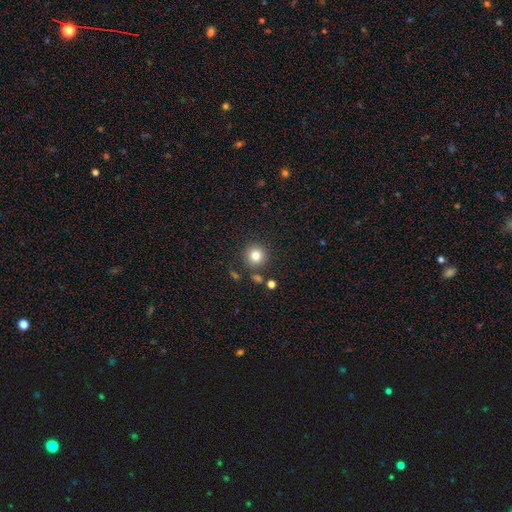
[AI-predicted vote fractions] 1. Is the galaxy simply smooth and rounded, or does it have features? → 80% smooth, 12% star or artifact, 8% featured or disk.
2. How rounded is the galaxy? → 94% round, 5% in between, 1% cigar-shaped.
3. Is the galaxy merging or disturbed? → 84% none, 8% minor disturbance, 5% merger, 3% major disturbance.